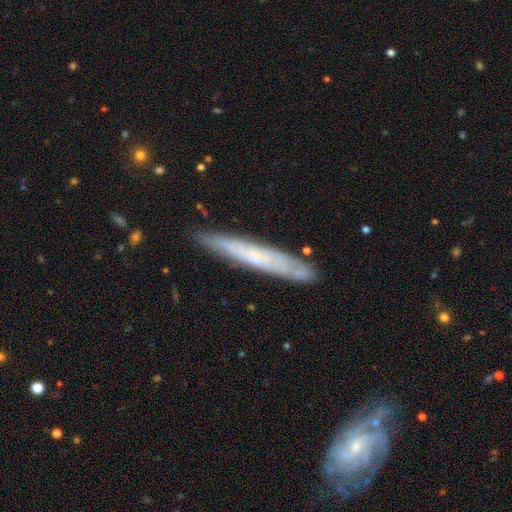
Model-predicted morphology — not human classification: Smooth or featured? featured or disk (51%)
Edge-on disk? yes (79%)
Merging? none (84%)